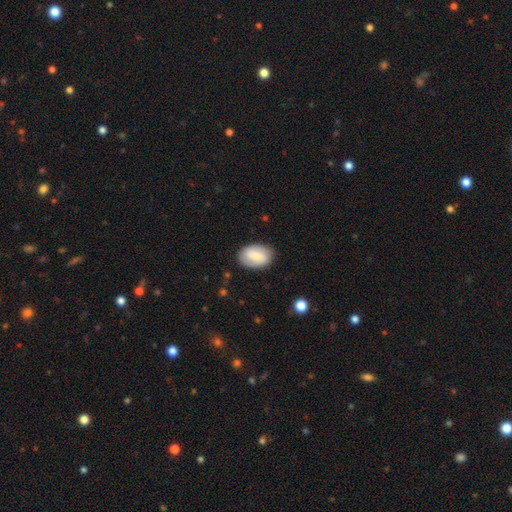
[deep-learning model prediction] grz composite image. It shows a smooth galaxy with no disk features (59%) that is in between round and cigar-shaped (85%). Merging: none (83%).